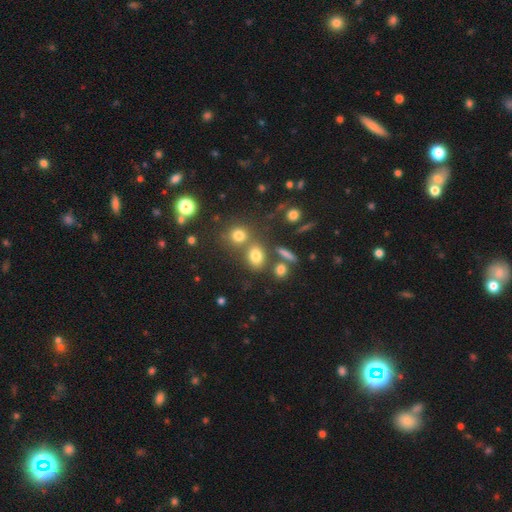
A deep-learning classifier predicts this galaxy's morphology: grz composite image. It shows a smooth galaxy with no disk features (74%) that is in between round and cigar-shaped (58%). Merging: none (58%).